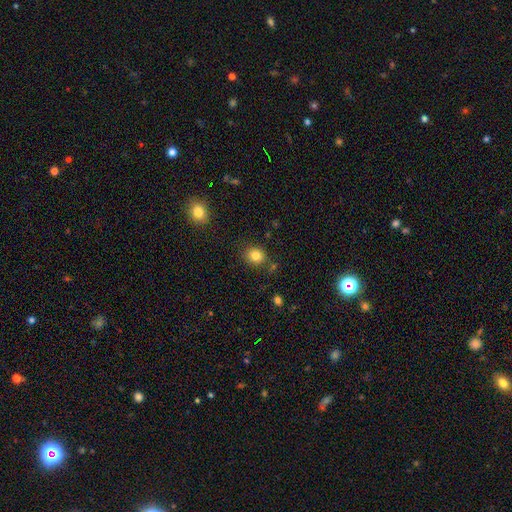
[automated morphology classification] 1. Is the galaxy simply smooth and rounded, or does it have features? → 82% smooth, 12% star or artifact, 6% featured or disk.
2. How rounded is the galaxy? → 77% round, 22% in between, 1% cigar-shaped.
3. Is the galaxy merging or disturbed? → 81% none, 11% minor disturbance, 5% merger, 3% major disturbance.